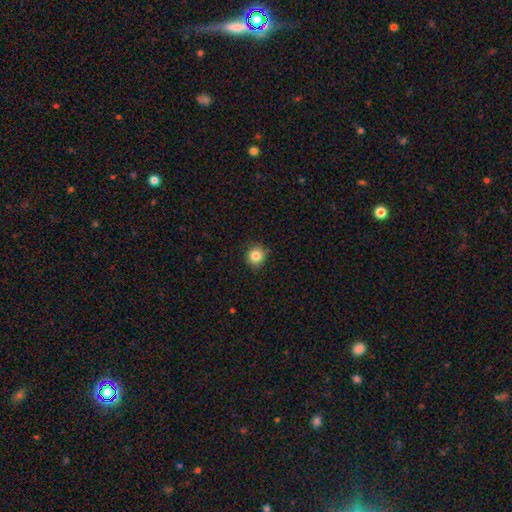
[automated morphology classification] type=smooth (85%); roundness=round (92%); merging=none (89%).